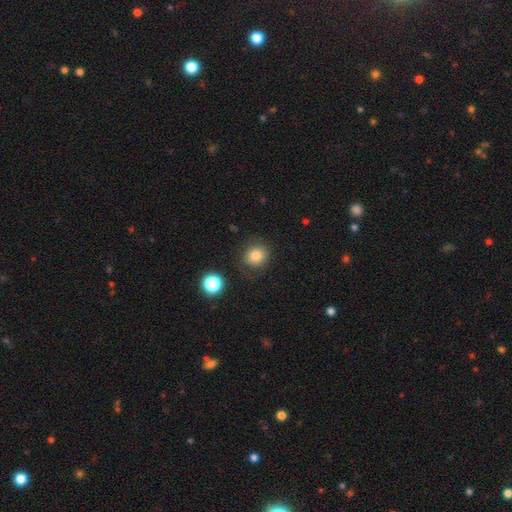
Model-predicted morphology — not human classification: Smooth or featured: smooth — 80% (star or artifact — 12%)
How rounded: round — 82% (in between — 17%)
Merging: none — 81% (minor disturbance — 12%)